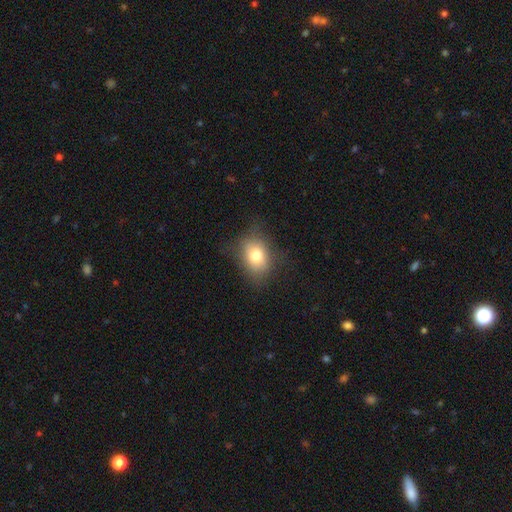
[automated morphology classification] The model was most divided on "how rounded": in between: 60%, round: 38%, cigar-shaped: 1%. More confident: smooth or featured — smooth (75%); merging — none (73%).